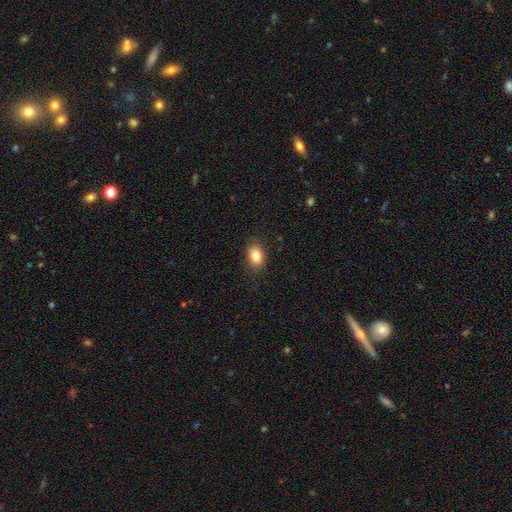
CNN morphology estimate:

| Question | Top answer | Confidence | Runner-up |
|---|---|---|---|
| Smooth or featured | smooth | 83% | star or artifact (10%) |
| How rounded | in between | 71% | round (28%) |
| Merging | none | 87% | minor disturbance (10%) |